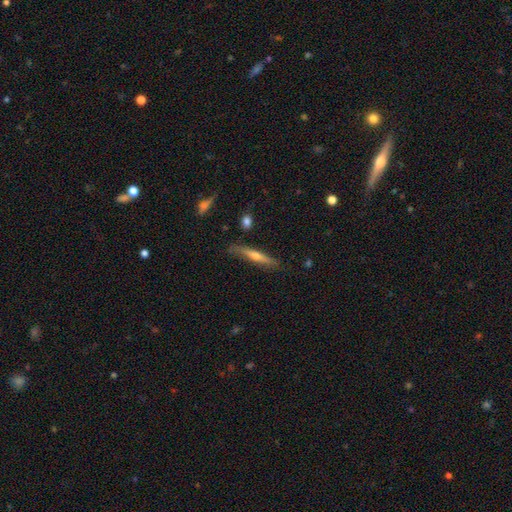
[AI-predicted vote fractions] A featured or disk galaxy (62%) viewed edge-on (94%) with a rounded central bulge (81%).

Vote fractions:
- Smooth or featured? featured or disk: 62% / smooth: 31% / star or artifact: 7%
- Edge-on disk? yes: 94% / no: 6%
- Edge-on bulge? rounded: 81% / none: 15% / boxy: 4%
- Merging? none: 81% / minor disturbance: 14% / major disturbance: 3% / merger: 2%